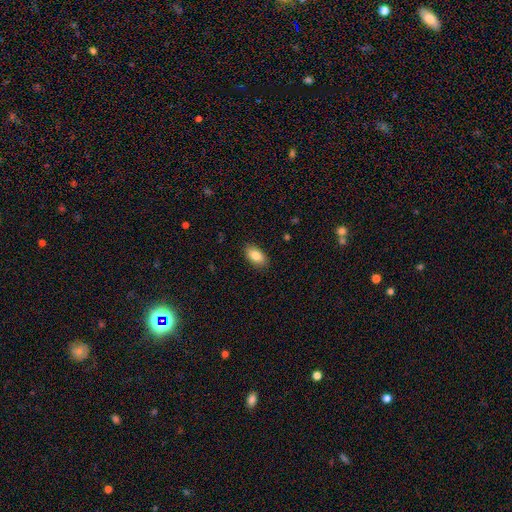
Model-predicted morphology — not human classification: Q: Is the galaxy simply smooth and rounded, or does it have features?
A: smooth — 84%.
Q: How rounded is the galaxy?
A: in between — 93%.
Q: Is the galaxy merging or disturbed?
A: none — 88%.